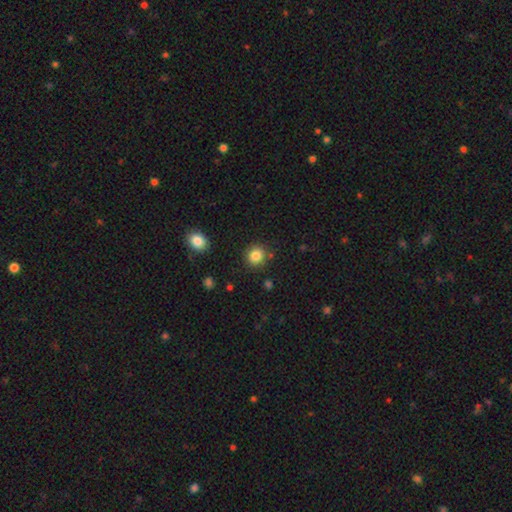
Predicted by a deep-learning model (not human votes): This appears to be a smooth galaxy with no disk features (85%) that is round (88%). Merging: none (87%).